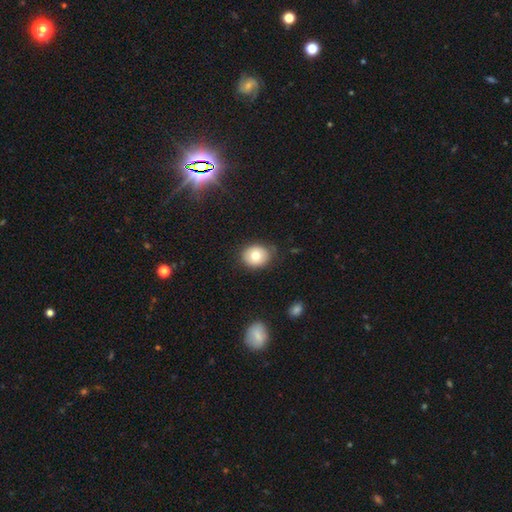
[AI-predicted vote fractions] A smooth galaxy with no disk features (76%) that is round (64%).

Vote fractions:
- Smooth or featured? smooth: 76% / featured or disk: 15% / star or artifact: 10%
- How rounded? round: 64% / in between: 35% / cigar-shaped: 1%
- Merging? none: 79% / minor disturbance: 16% / major disturbance: 3% / merger: 1%